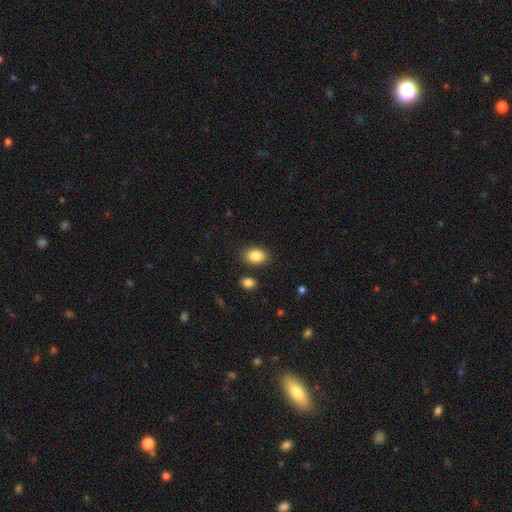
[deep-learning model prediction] smooth-or-featured: smooth: 87% | star or artifact: 8% | featured or disk: 6%
  how-rounded: in between: 83% | round: 16% | cigar-shaped: 1%
  merging: none: 84% | minor disturbance: 9% | merger: 4% | major disturbance: 2%